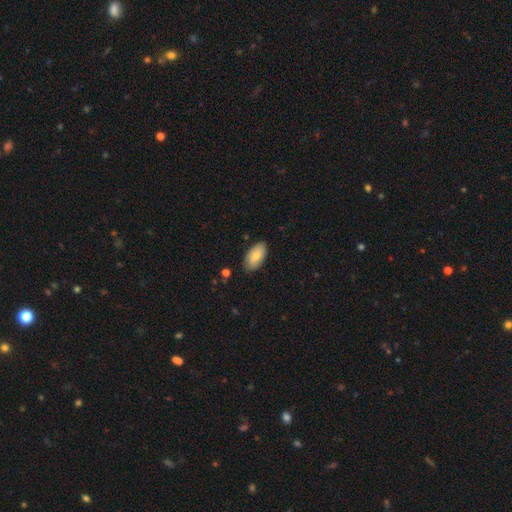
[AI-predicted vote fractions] A smooth galaxy with no disk features (79%) that is in between round and cigar-shaped (94%). Merging: none (84%).